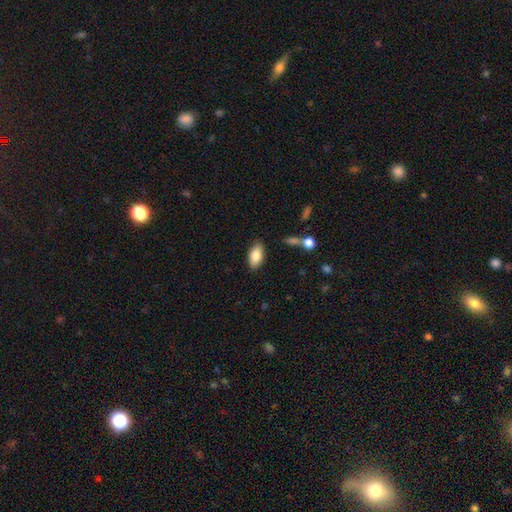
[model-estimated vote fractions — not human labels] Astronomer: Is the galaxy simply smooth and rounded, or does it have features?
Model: smooth — 85%.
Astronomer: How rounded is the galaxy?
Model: in between — 92%.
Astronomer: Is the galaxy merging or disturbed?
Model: none — 85%.